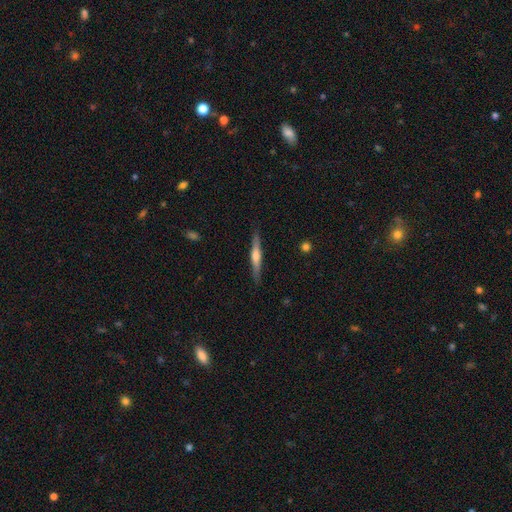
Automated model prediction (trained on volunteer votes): featured or disk 56%, smooth 38%, star or artifact 6%. Down the decision tree: edge-on disk — yes (97%); edge-on bulge — rounded (71%); merging — none (89%).